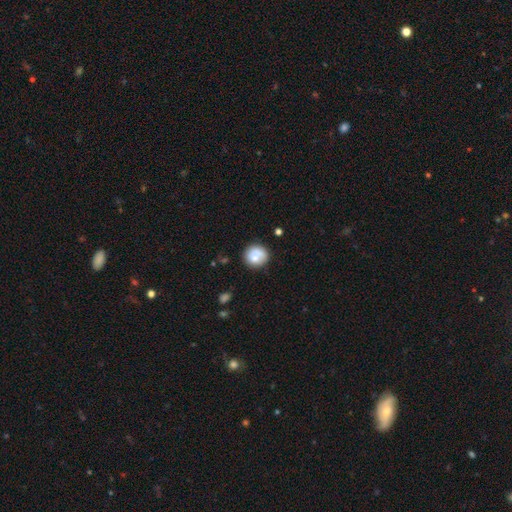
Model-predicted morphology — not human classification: This appears to be a smooth galaxy with no disk features (71%) that is round (88%). Merging: none (67%).